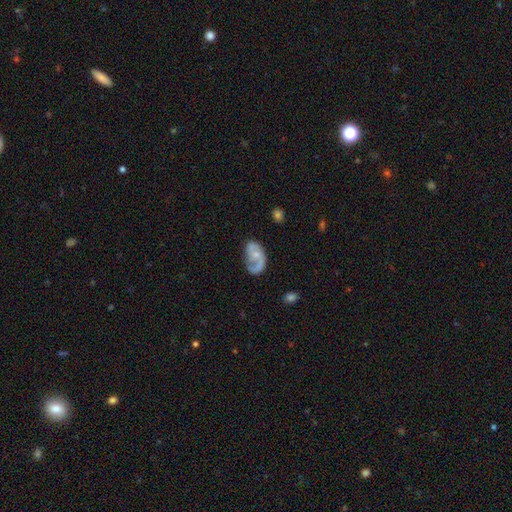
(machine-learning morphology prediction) A featured or disk galaxy (70%) with no bar (69%), 2 (45%) medium (41%) spiral arms (86%) and a small central bulge (55%). Merging: none (47%).